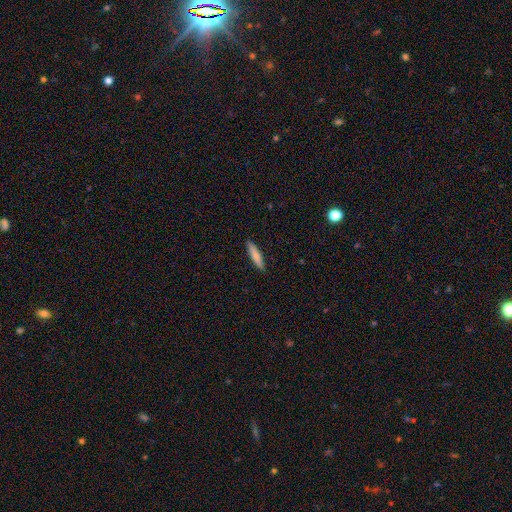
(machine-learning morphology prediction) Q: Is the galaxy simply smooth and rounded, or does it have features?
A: smooth — 76%.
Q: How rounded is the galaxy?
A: cigar-shaped — 86%.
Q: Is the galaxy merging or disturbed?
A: none — 90%.